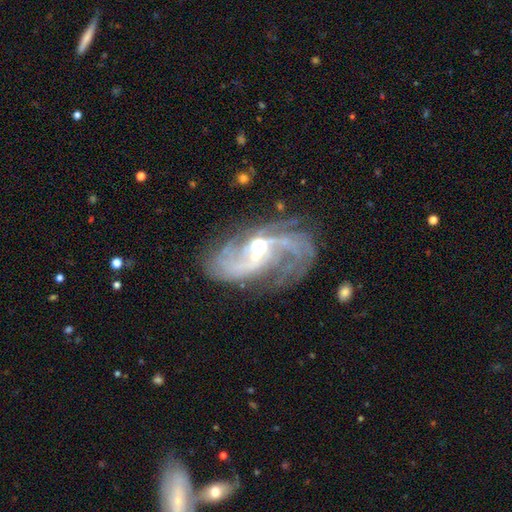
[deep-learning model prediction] This appears to be a featured or disk galaxy (88%) with a weak bar (47%), 2 (65%) loose (51%) spiral arms (96%) and a moderate central bulge (53%). Merging: none (59%).